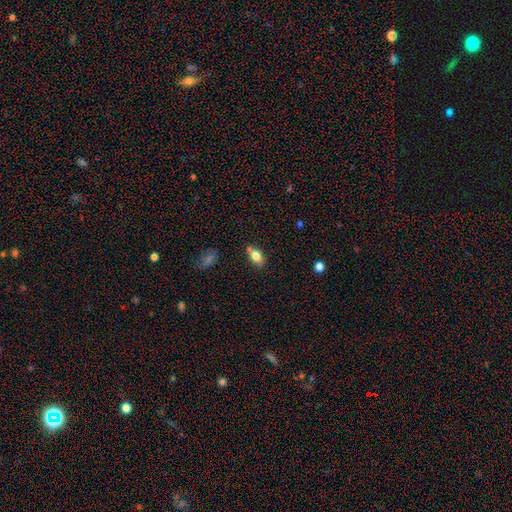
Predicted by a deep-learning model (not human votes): This is likely a smooth galaxy (77%). How rounded: clearly in between (85%). Merging: likely none (68%).